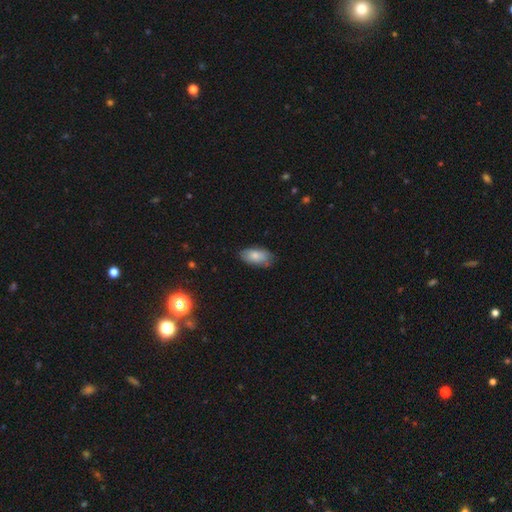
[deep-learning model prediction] Smooth or featured? Predicted: smooth (p=0.80). How rounded? Predicted: in between (p=0.92). Merging? Predicted: none (p=0.73).